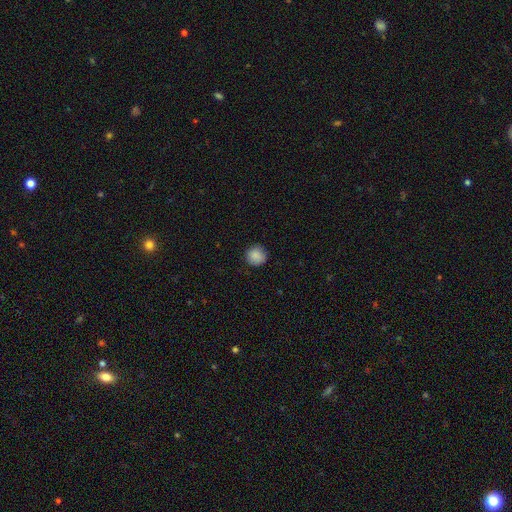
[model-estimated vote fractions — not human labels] smooth_or_featured: smooth (p=0.88) [alt: star or artifact p=0.09]
how_rounded: round (p=0.93) [alt: in between p=0.06]
merging: none (p=0.88) [alt: minor disturbance p=0.09]